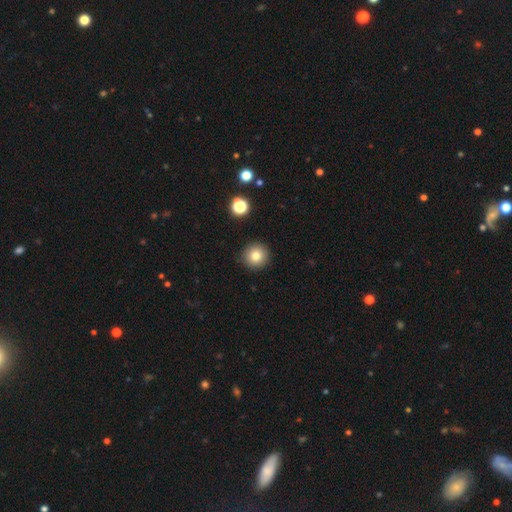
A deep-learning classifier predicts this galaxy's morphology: smooth_or_featured: smooth (p=0.80) [alt: star or artifact p=0.12]
how_rounded: round (p=0.95) [alt: in between p=0.04]
merging: none (p=0.91) [alt: minor disturbance p=0.06]